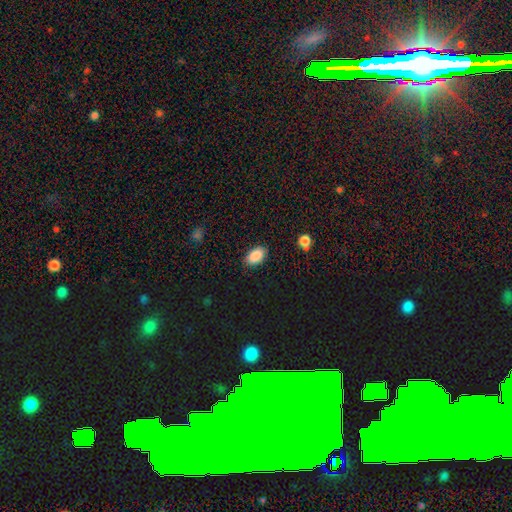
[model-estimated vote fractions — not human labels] Q: Smooth or featured?
A: smooth (87%); runner-up: star or artifact (9%)
Q: How rounded?
A: in between (92%); runner-up: round (7%)
Q: Merging?
A: none (85%); runner-up: minor disturbance (11%)